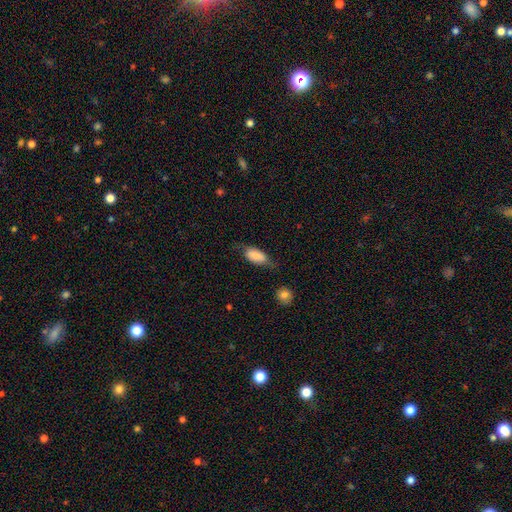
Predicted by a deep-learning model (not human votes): A smooth galaxy with no disk features (77%) that is in between round and cigar-shaped (84%).

Vote fractions:
- Smooth or featured? smooth: 77% / featured or disk: 16% / star or artifact: 7%
- How rounded? in between: 84% / cigar-shaped: 12% / round: 4%
- Merging? none: 52% / minor disturbance: 30% / major disturbance: 14% / merger: 4%